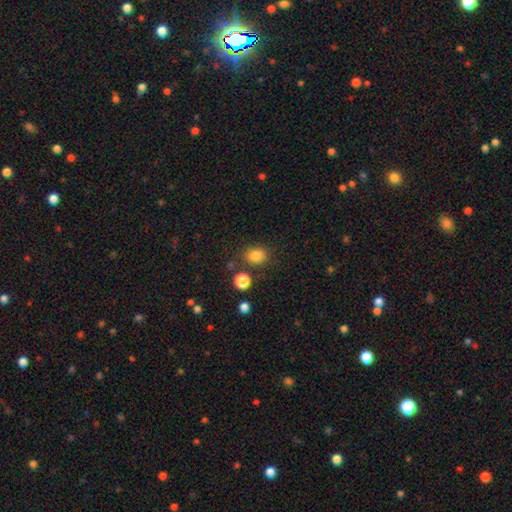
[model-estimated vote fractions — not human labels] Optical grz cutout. It shows a smooth galaxy with no disk features (83%) that is in between round and cigar-shaped (51%). Merging: none (78%).